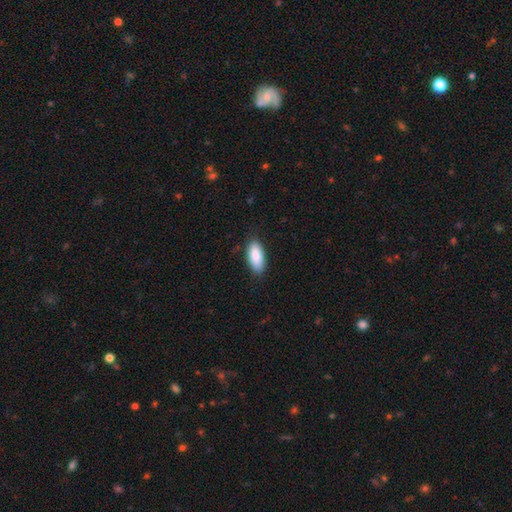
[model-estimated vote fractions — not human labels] Smooth or featured: smooth — 88% (featured or disk — 6%)
How rounded: in between — 86% (cigar-shaped — 12%)
Merging: none — 85% (minor disturbance — 11%)